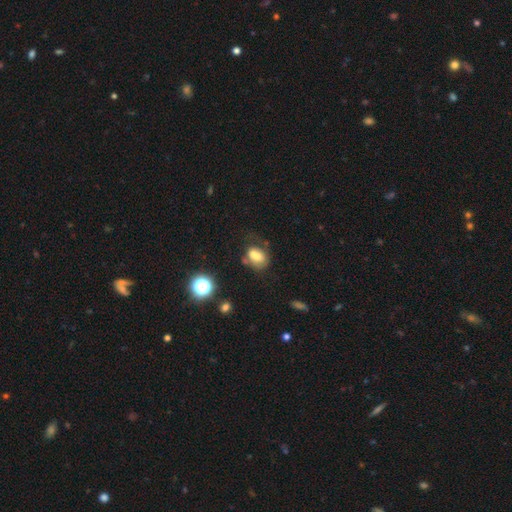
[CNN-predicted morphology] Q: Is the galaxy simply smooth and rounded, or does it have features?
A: smooth — 65%.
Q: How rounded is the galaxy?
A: in between — 70%.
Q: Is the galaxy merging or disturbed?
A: none — 39%.